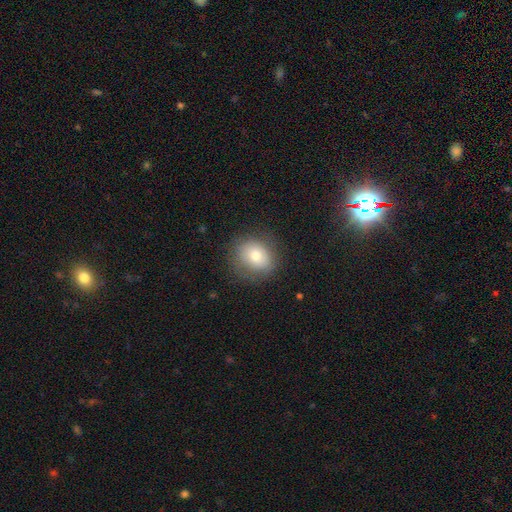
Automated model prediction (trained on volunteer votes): This is likely a smooth galaxy (72%). How rounded: likely round (71%). Merging: likely none (78%).